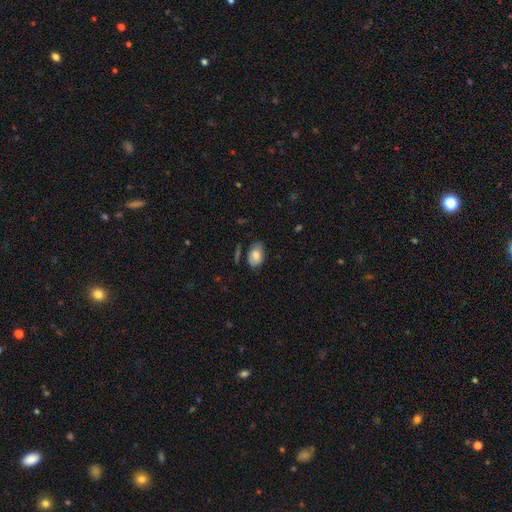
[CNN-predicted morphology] A smooth galaxy with no disk features (77%) that is in between round and cigar-shaped (86%). Merging: none (64%).